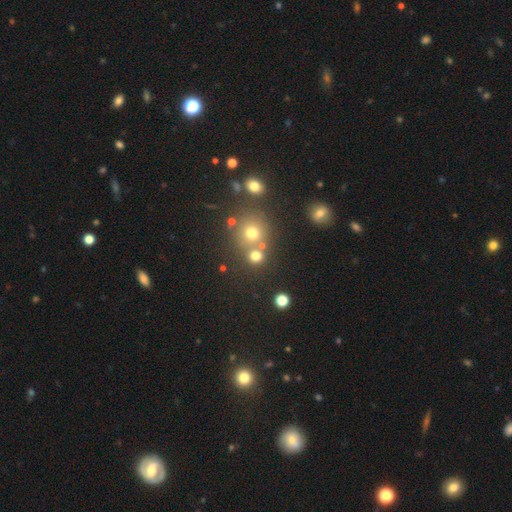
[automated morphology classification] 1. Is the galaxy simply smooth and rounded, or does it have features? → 72% smooth, 20% star or artifact, 9% featured or disk.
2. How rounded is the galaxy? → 87% round, 12% in between, 1% cigar-shaped.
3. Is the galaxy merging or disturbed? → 66% none, 22% merger, 8% minor disturbance, 4% major disturbance.